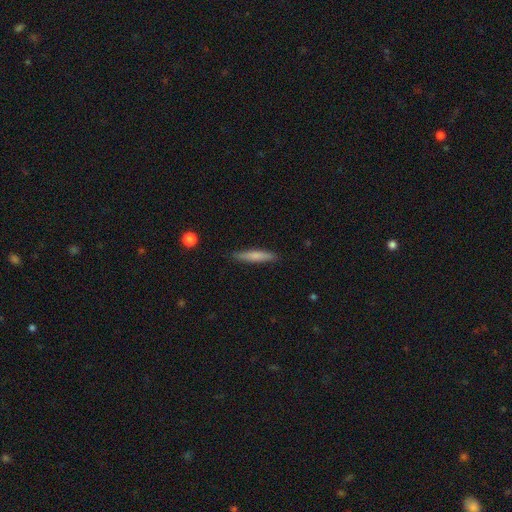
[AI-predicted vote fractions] Smooth or featured? Predicted: smooth (p=0.72). How rounded? Predicted: cigar-shaped (p=0.90). Merging? Predicted: none (p=0.86).